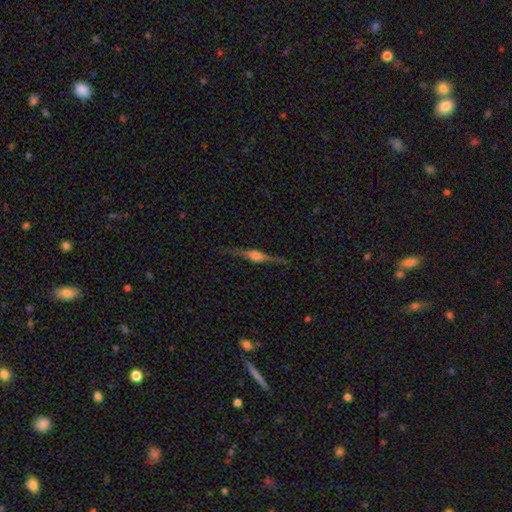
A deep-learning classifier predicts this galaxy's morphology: smooth-or-featured: featured or disk: 81% | smooth: 11% | star or artifact: 8%
  disk-edge-on: yes: 97% | no: 3%
    edge-on-bulge: rounded: 78% | boxy: 19% | none: 3%
  merging: none: 85% | minor disturbance: 10% | major disturbance: 3% | merger: 1%